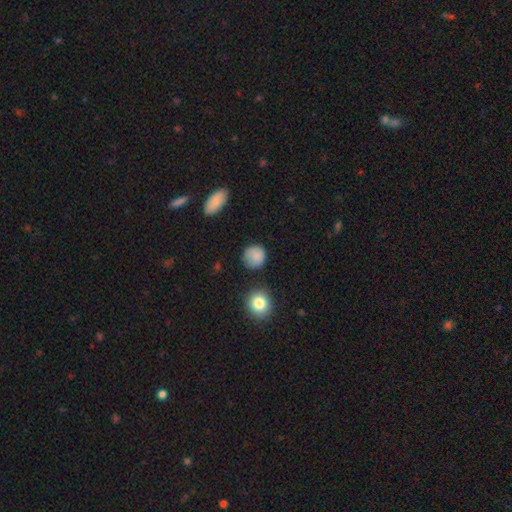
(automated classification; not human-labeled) Smooth or featured: smooth — 86% (star or artifact — 9%)
How rounded: round — 91% (in between — 8%)
Merging: none — 80% (minor disturbance — 14%)